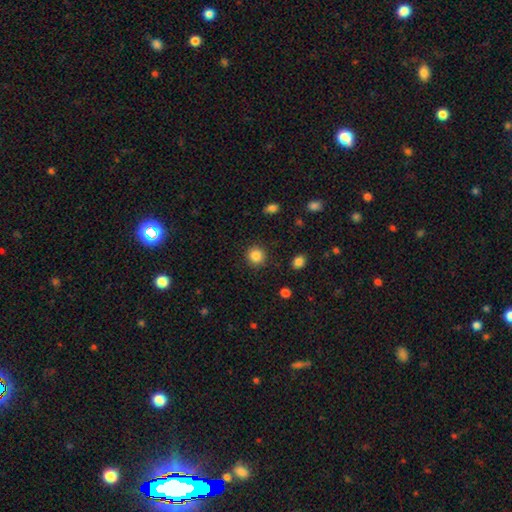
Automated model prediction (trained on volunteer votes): Smooth or featured?
  - smooth: 86% *
  - star or artifact: 10%
  - featured or disk: 4%
How rounded?
  - round: 93% *
  - in between: 6%
  - cigar-shaped: 1%
Merging?
  - none: 91% *
  - minor disturbance: 6%
  - major disturbance: 2%
  - merger: 1%